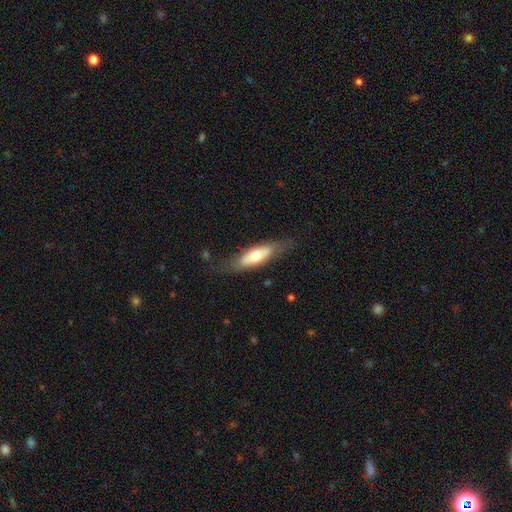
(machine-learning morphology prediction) Smooth or featured? Predicted: smooth (p=0.58). How rounded? Predicted: in between (p=0.56). Merging? Predicted: none (p=0.71).